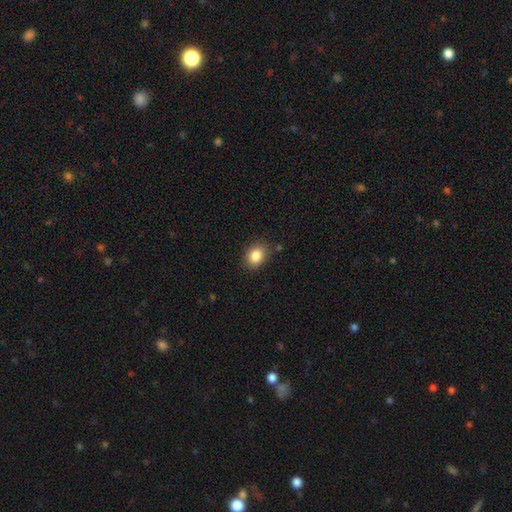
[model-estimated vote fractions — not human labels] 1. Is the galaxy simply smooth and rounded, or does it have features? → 86% smooth, 9% star or artifact, 5% featured or disk.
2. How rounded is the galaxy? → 63% in between, 36% round, 1% cigar-shaped.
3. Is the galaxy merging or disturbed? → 83% none, 12% minor disturbance, 3% major disturbance, 2% merger.